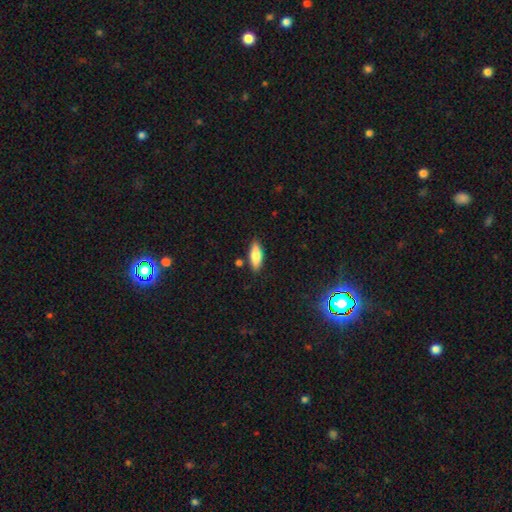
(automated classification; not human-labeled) A smooth galaxy with no disk features (81%) that is in between round and cigar-shaped (69%).

Vote fractions:
- Smooth or featured? smooth: 81% / featured or disk: 13% / star or artifact: 6%
- How rounded? in between: 69% / cigar-shaped: 29% / round: 2%
- Merging? none: 84% / minor disturbance: 11% / merger: 3% / major disturbance: 2%